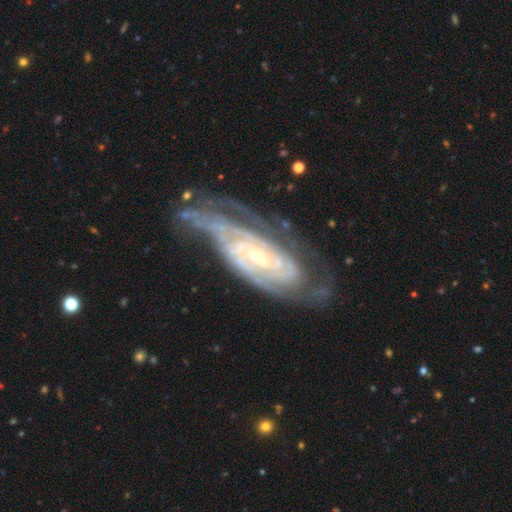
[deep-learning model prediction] Morphology: type=featured or disk (90%); edge-on=no (94%); bar=weak (42%); spiral arms=yes (98%); winding=tight (67%); arm count=2 (33%); bulge=small (73%); merging=none (54%).